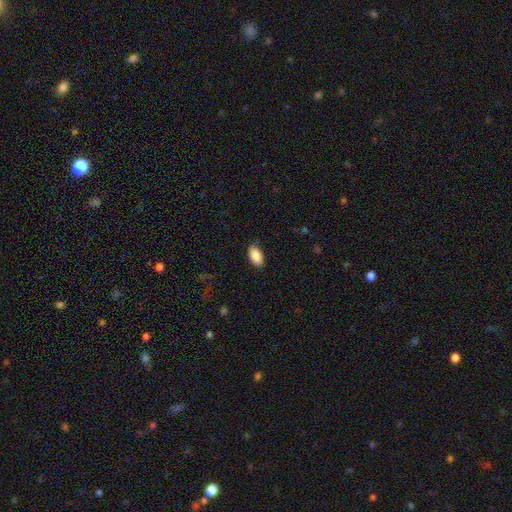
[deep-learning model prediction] A smooth galaxy with no disk features (88%) that is in between round and cigar-shaped (94%).

Vote fractions:
- Smooth or featured? smooth: 88% / star or artifact: 7% / featured or disk: 5%
- How rounded? in between: 94% / cigar-shaped: 3% / round: 3%
- Merging? none: 85% / minor disturbance: 11% / major disturbance: 2% / merger: 1%